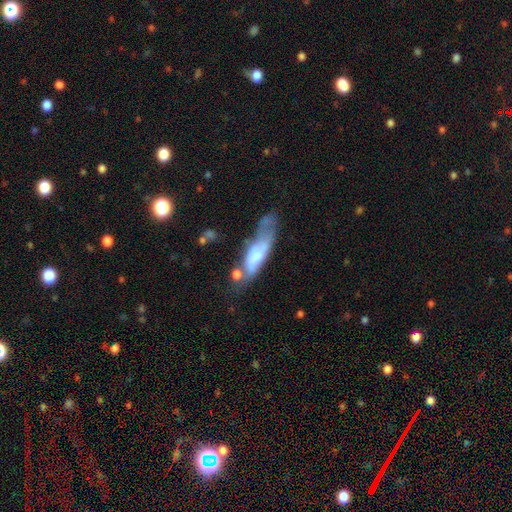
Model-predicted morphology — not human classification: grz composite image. It shows a smooth galaxy with no disk features (54%) that is cigar-shaped (51%). Merging: major disturbance (30%).